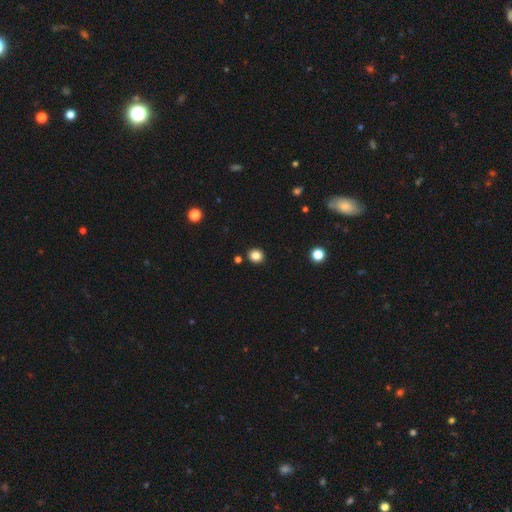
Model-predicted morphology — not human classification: Smooth or featured? smooth (84%)
How rounded? round (82%)
Merging? none (89%)